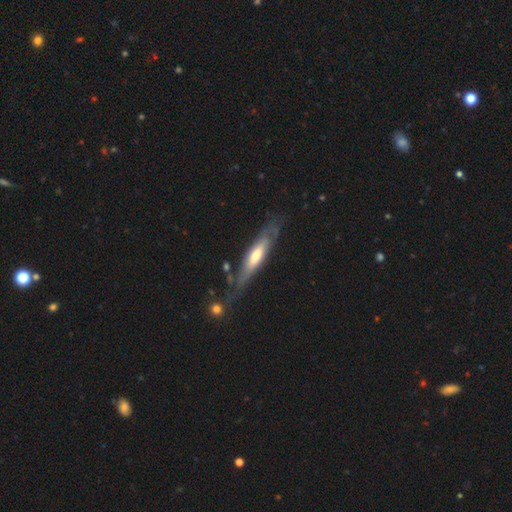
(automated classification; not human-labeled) Morphology: type=featured or disk (59%); edge-on=yes (67%); merging=none (63%).